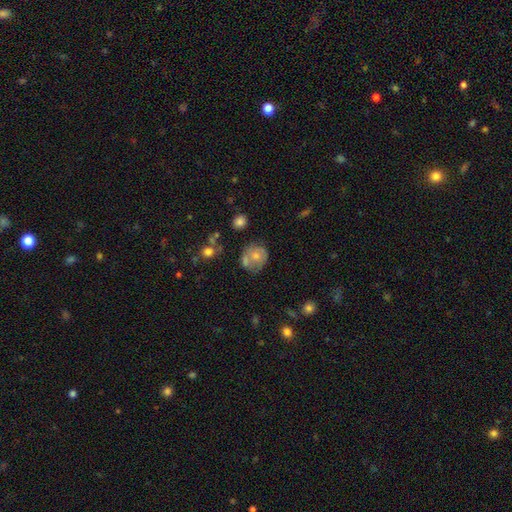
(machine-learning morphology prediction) smooth-or-featured: smooth: 57% | featured or disk: 34% | star or artifact: 9%
  how-rounded: round: 79% | in between: 20% | cigar-shaped: 1%
  merging: none: 46% | merger: 25% | minor disturbance: 20% | major disturbance: 9%